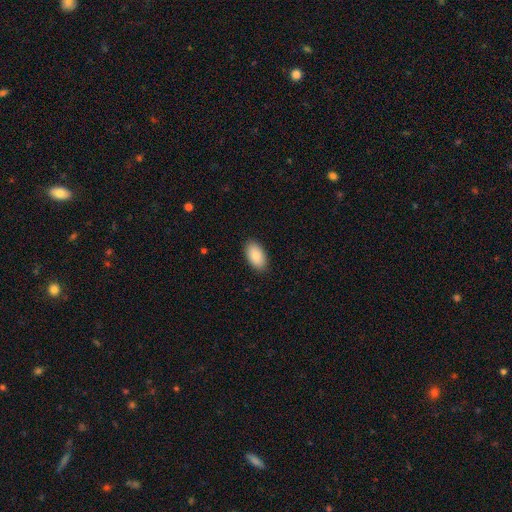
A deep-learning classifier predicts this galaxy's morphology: This appears to be a smooth galaxy with no disk features (88%) that is in between round and cigar-shaped (95%). Merging: none (89%).